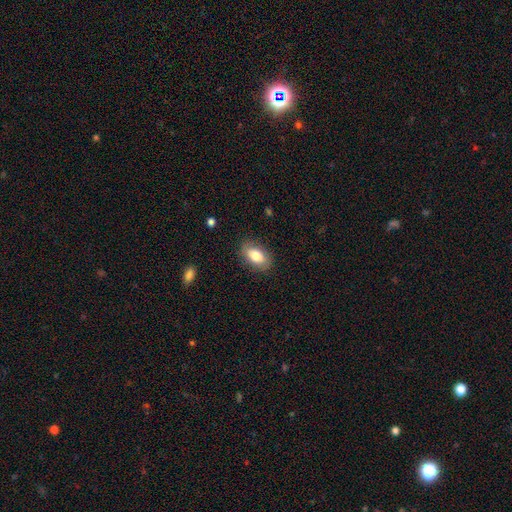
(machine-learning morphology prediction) type=smooth (76%); roundness=in between (91%); merging=none (83%).